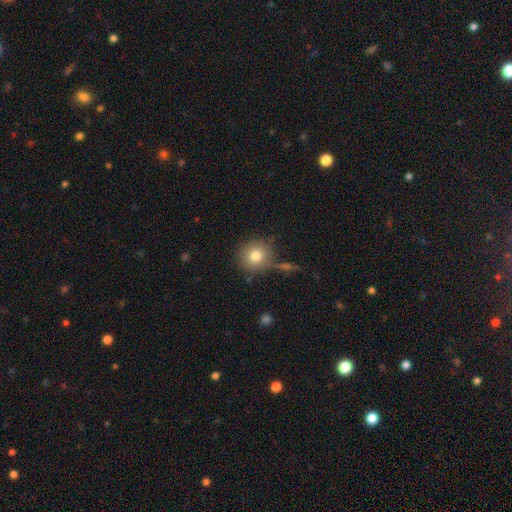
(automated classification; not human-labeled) Smooth or featured: smooth — 79% (star or artifact — 11%)
How rounded: round — 91% (in between — 8%)
Merging: none — 75% (minor disturbance — 12%)